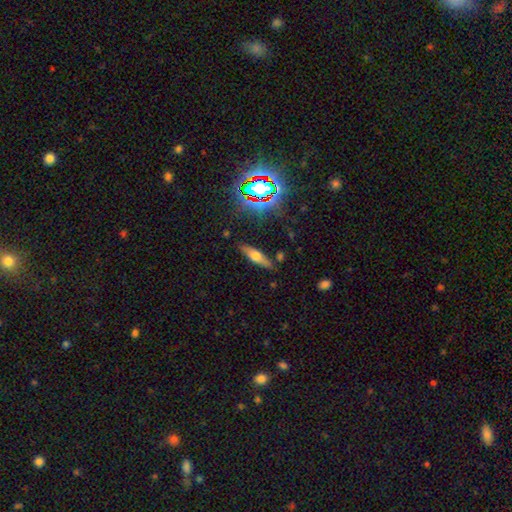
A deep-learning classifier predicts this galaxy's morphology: Smooth or featured? Predicted: smooth (p=0.47). Merging? Predicted: none (p=0.82).